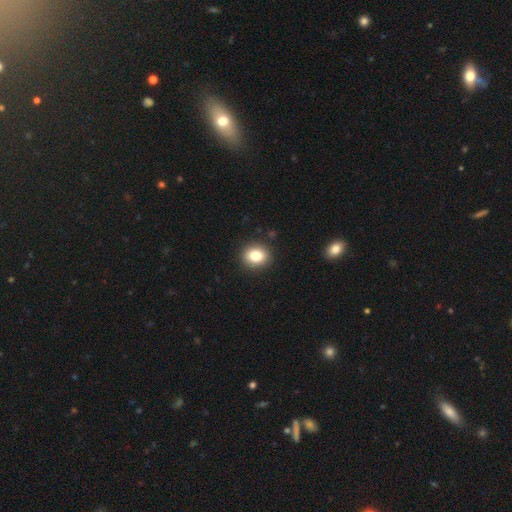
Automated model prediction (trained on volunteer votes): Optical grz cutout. It shows a smooth galaxy with no disk features (81%) that is round (65%). Merging: none (90%).